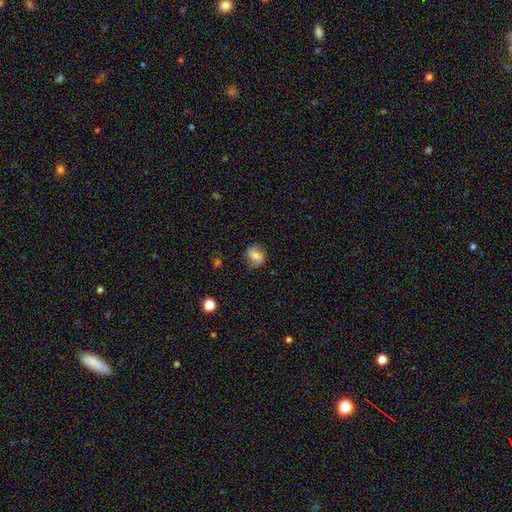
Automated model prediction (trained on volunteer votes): Q: Smooth or featured?
A: smooth (69%); runner-up: featured or disk (21%)
Q: How rounded?
A: round (51%); runner-up: in between (48%)
Q: Merging?
A: none (75%); runner-up: minor disturbance (18%)